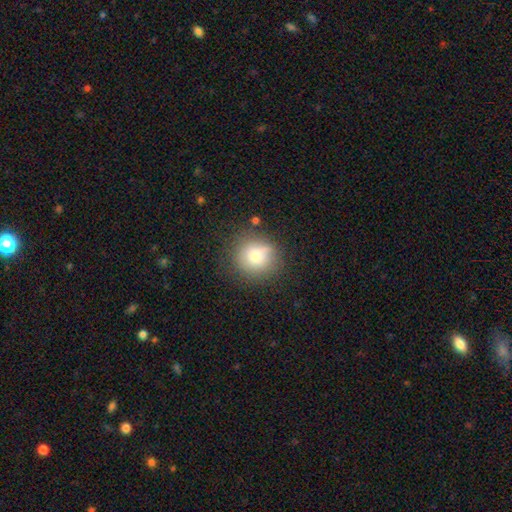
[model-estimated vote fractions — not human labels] Smooth or featured?
  - smooth: 76% *
  - featured or disk: 13%
  - star or artifact: 11%
How rounded?
  - round: 90% *
  - in between: 9%
  - cigar-shaped: 1%
Merging?
  - none: 73% *
  - minor disturbance: 17%
  - major disturbance: 5%
  - merger: 4%